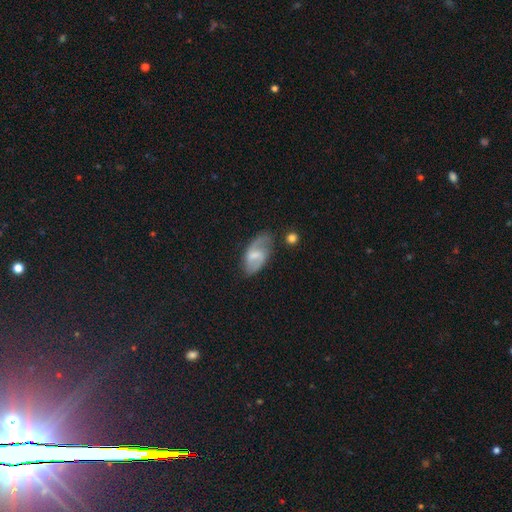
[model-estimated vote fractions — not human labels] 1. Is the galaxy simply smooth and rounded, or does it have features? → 64% featured or disk, 29% smooth, 7% star or artifact.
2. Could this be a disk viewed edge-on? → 95% no, 5% yes.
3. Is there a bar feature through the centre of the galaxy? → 58% weak, 23% no, 19% strong.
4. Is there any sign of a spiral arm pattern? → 87% yes, 13% no.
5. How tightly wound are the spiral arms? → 46% medium, 37% loose, 17% tight.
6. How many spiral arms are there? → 82% 2, 9% can't tell, 7% 1, 1% 3, 1% 4, 1% more than 4.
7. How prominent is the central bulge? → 41% small, 37% moderate, 16% none, 5% large, 1% dominant.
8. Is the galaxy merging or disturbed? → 67% none, 22% minor disturbance, 8% major disturbance, 4% merger.